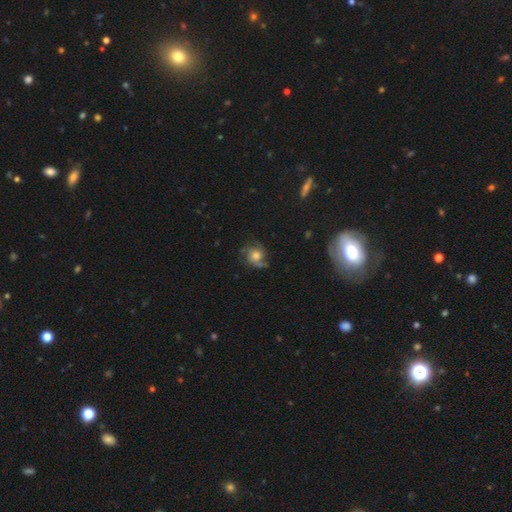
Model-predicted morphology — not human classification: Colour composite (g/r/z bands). It shows a featured or disk galaxy (66%) with no bar (80%), 3 (39%) medium (46%) spiral arms (91%) and a moderate central bulge (58%). Merging: none (65%).